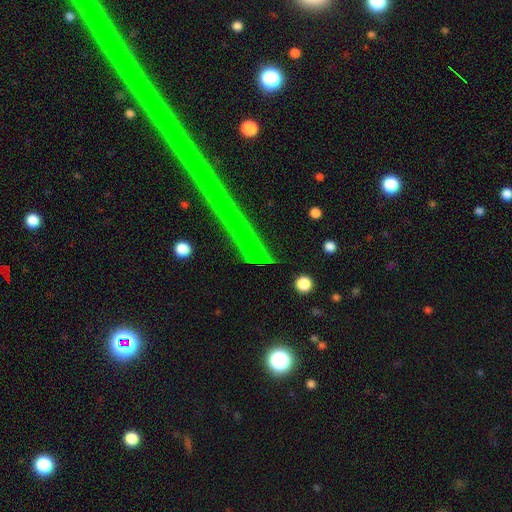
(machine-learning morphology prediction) A star or artifact, not a galaxy (50%).

Vote fractions:
- Smooth or featured? star or artifact: 50% / featured or disk: 31% / smooth: 19%